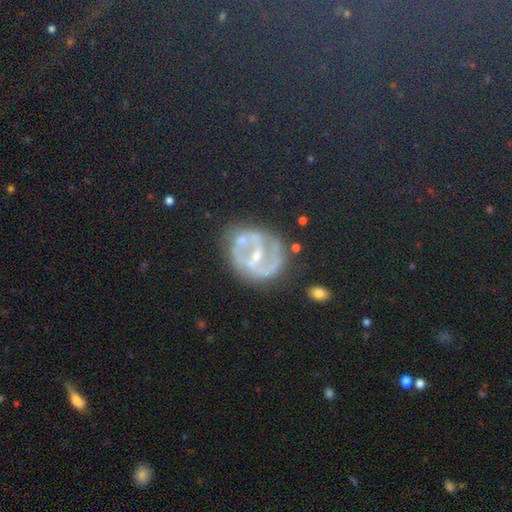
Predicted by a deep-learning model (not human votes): This appears to be a featured or disk galaxy (60%) with a weak bar (39%), spiral arms (71%) and a small central bulge (59%). Merging: none (64%).